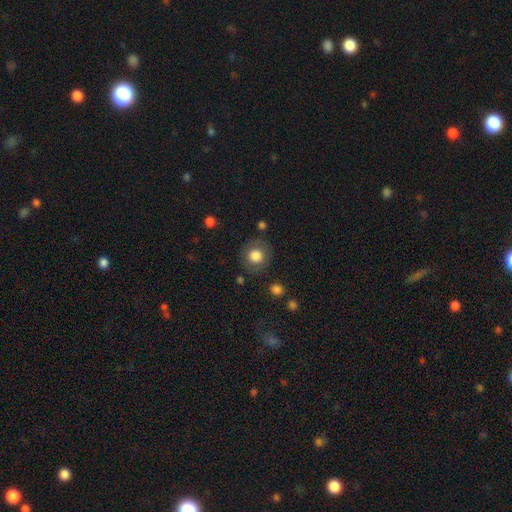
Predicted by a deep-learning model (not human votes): This appears to be a smooth galaxy with no disk features (80%) that is round (90%). Merging: none (83%).